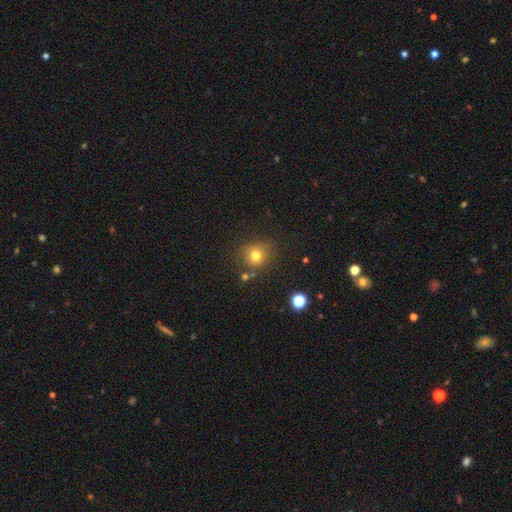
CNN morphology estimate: The model was most divided on "smooth or featured": smooth: 75%, star or artifact: 16%, featured or disk: 9%. More confident: how rounded — round (84%); merging — none (76%).